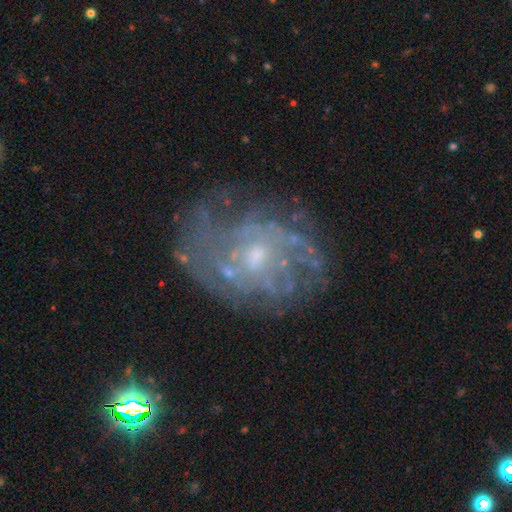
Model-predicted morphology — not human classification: smooth-or-featured: featured or disk: 79% | smooth: 11% | star or artifact: 10%
  disk-edge-on: no: 97% | yes: 3%
    bar: no: 69% | weak: 27% | strong: 4%
    has-spiral-arms: yes: 82% | no: 18%
      spiral-winding: tight: 52% | medium: 33% | loose: 15%
      spiral-arm-count: can't tell: 52% | 2: 16% | 3: 11% | 4: 9% | more than 4: 7% | 1: 5%
    bulge-size: small: 60% | moderate: 33% | none: 5% | large: 2% | dominant: 1%
  merging: none: 70% | minor disturbance: 17% | major disturbance: 11% | merger: 2%